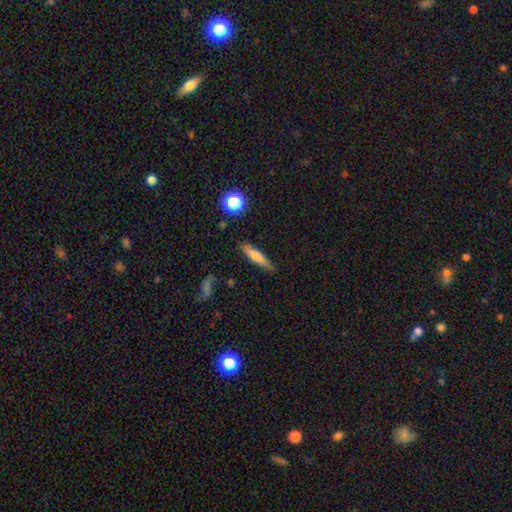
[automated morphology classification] Smooth or featured?
  - smooth: 66% *
  - featured or disk: 25%
  - star or artifact: 8%
How rounded?
  - cigar-shaped: 82% *
  - in between: 15%
  - round: 3%
Merging?
  - none: 81% *
  - minor disturbance: 14%
  - major disturbance: 3%
  - merger: 2%